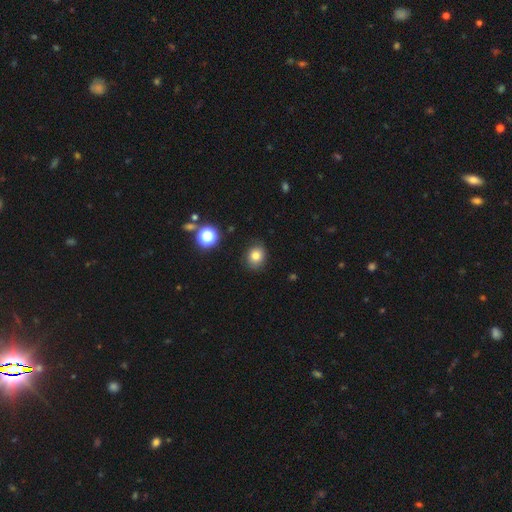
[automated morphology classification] smooth-or-featured: smooth: 79% | star or artifact: 13% | featured or disk: 8%
  how-rounded: round: 61% | in between: 38% | cigar-shaped: 1%
  merging: none: 85% | minor disturbance: 11% | major disturbance: 3% | merger: 1%